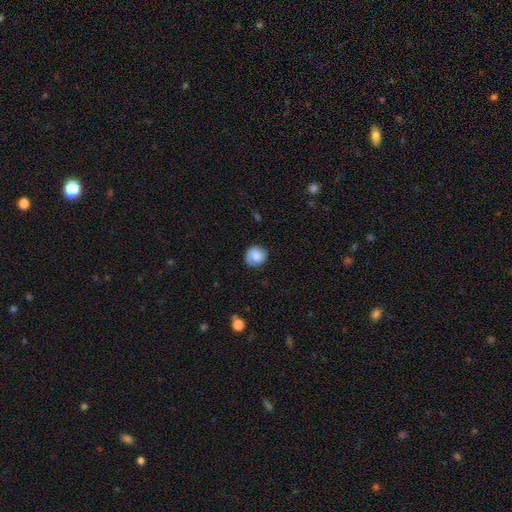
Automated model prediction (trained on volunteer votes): Morphology: type=smooth (79%); roundness=round (85%); merging=none (80%).